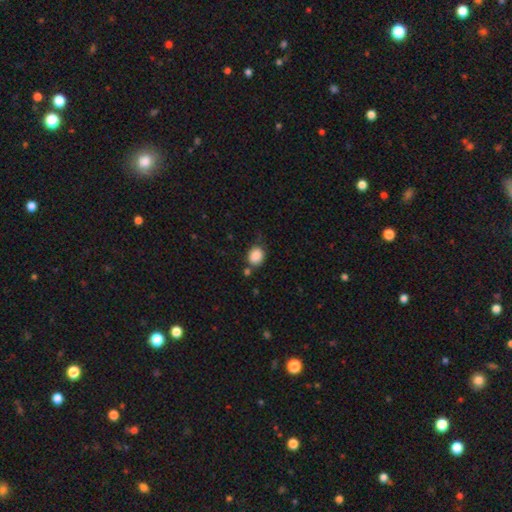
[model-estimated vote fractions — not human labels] Overall: smooth (87%). How rounded: round (58%; in between 41%). Merging: none (67%).